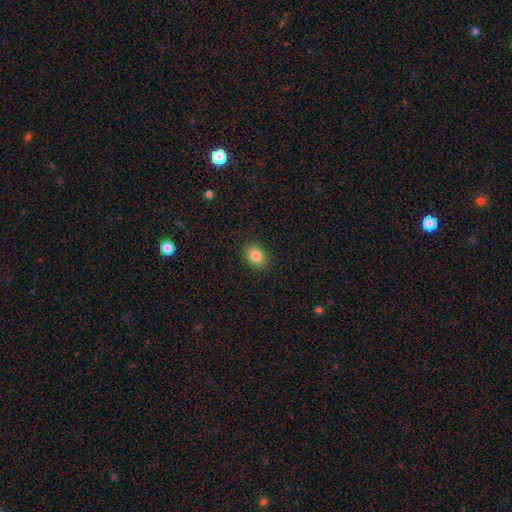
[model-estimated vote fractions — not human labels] Morphology: type=smooth (84%); roundness=in between (62%); merging=none (89%).